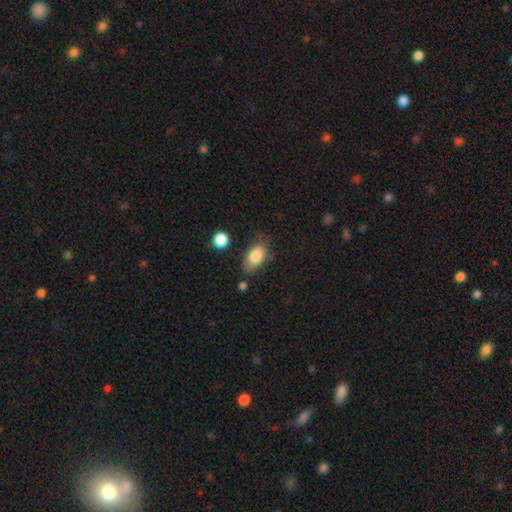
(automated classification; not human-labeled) Q: Smooth or featured?
A: smooth (83%); runner-up: featured or disk (10%)
Q: How rounded?
A: in between (90%); runner-up: round (7%)
Q: Merging?
A: none (64%); runner-up: minor disturbance (25%)